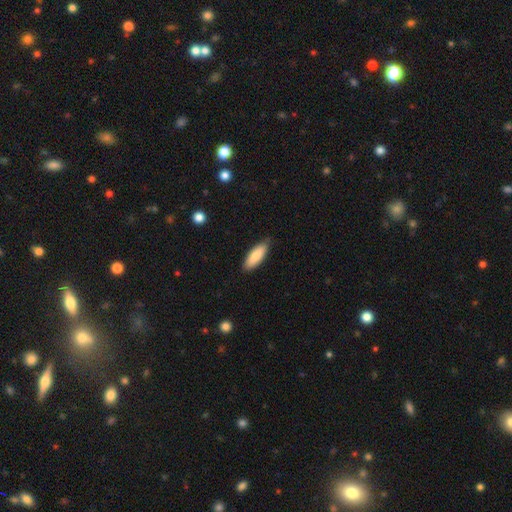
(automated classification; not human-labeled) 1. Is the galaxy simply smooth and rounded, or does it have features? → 84% smooth, 11% featured or disk, 5% star or artifact.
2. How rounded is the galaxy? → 64% in between, 34% cigar-shaped, 2% round.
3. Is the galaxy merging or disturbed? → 84% none, 13% minor disturbance, 2% major disturbance, 1% merger.